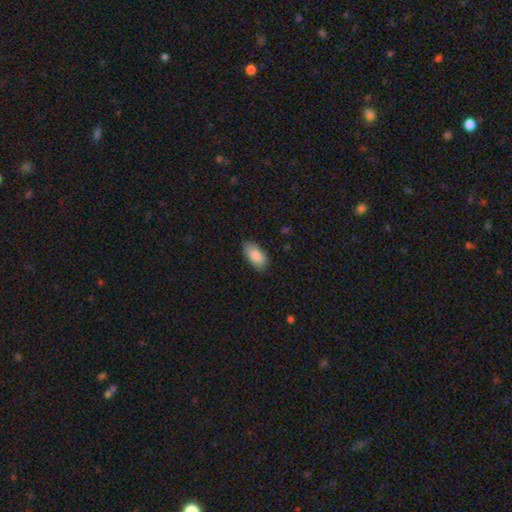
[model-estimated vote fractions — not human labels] Overall: smooth (86%). How rounded: in between (93%). Merging: none (80%).